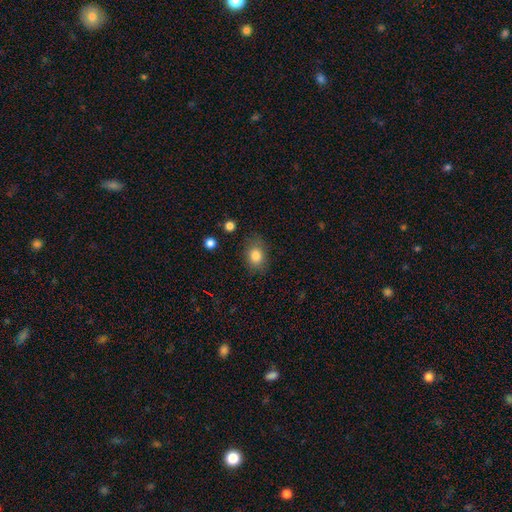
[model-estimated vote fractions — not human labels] Overall: smooth (82%). How rounded: in between (65%; round 34%). Merging: none (78%).